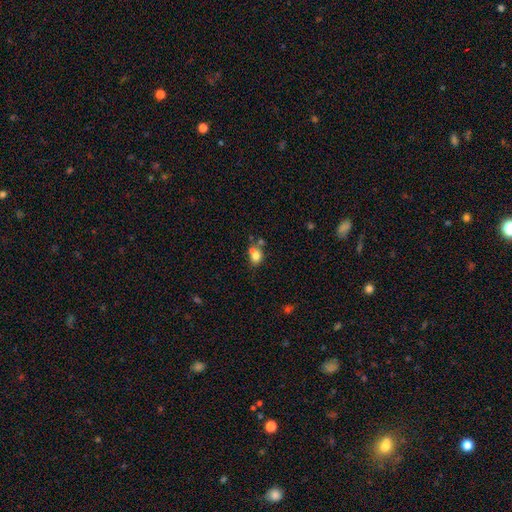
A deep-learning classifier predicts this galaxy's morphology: Overall: smooth (74%). How rounded: round (55%; in between 44%). Merging: merger (42%; none 40%).